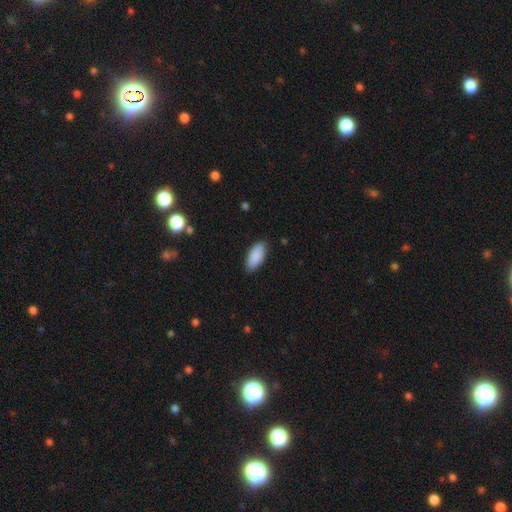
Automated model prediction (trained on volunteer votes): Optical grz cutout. It shows a smooth galaxy with no disk features (89%) that is in between round and cigar-shaped (89%). Merging: none (85%).